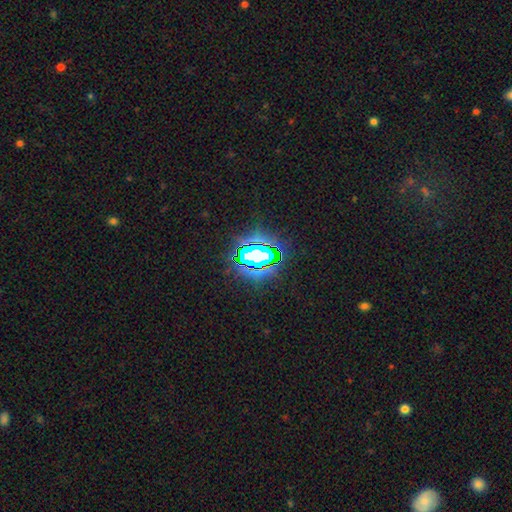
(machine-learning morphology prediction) Smooth or featured?
  - star or artifact: 72% *
  - smooth: 16%
  - featured or disk: 12%